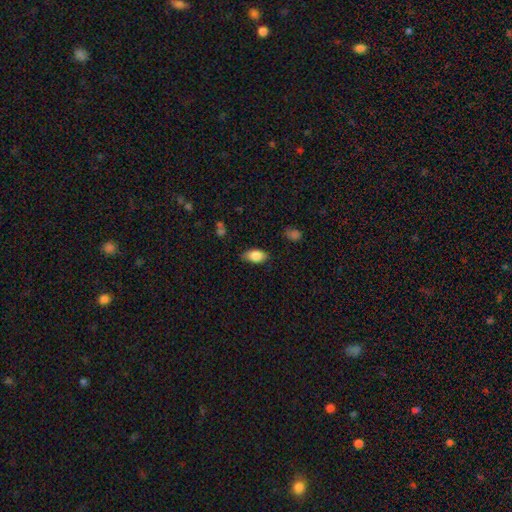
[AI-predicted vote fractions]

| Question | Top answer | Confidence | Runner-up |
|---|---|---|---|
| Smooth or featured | smooth | 85% | star or artifact (7%) |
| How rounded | in between | 91% | round (6%) |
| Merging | none | 78% | minor disturbance (17%) |